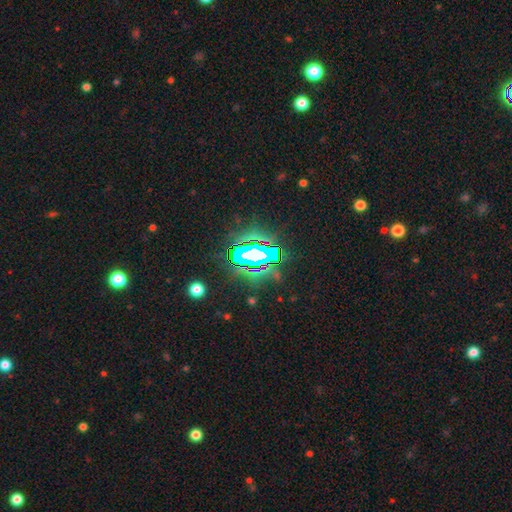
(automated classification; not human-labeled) Overall: star or artifact (75%).